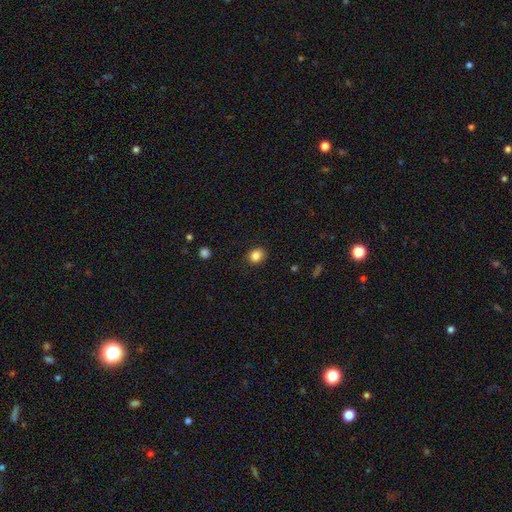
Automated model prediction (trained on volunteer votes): This appears to be a smooth galaxy with no disk features (85%) that is round (65%). Merging: none (88%).